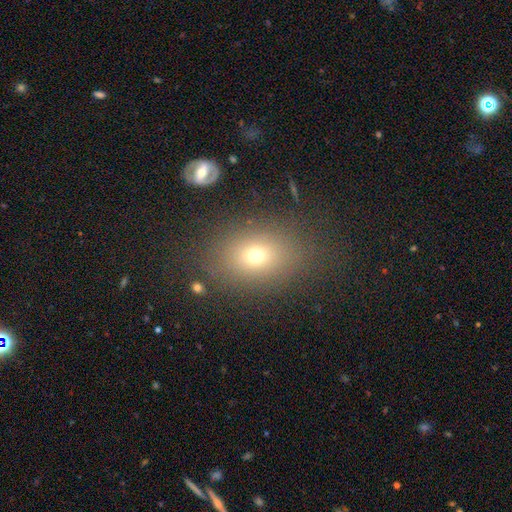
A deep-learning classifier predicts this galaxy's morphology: The model was most divided on "how rounded": in between: 67%, round: 32%, cigar-shaped: 2%. More confident: merging — none (80%); smooth or featured — smooth (69%).